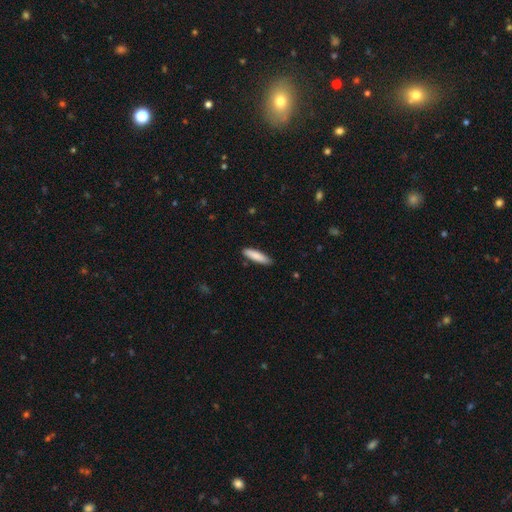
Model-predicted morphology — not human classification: Smooth or featured: smooth — 85% (featured or disk — 10%)
How rounded: cigar-shaped — 75% (in between — 24%)
Merging: none — 86% (minor disturbance — 11%)